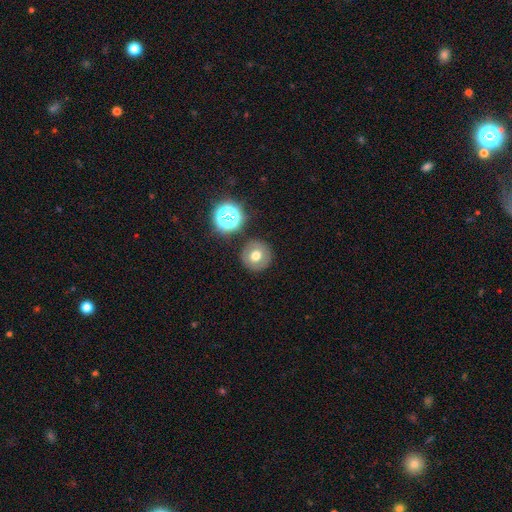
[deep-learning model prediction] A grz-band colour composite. It shows a smooth galaxy with no disk features (64%) that is round (94%). Merging: none (85%).